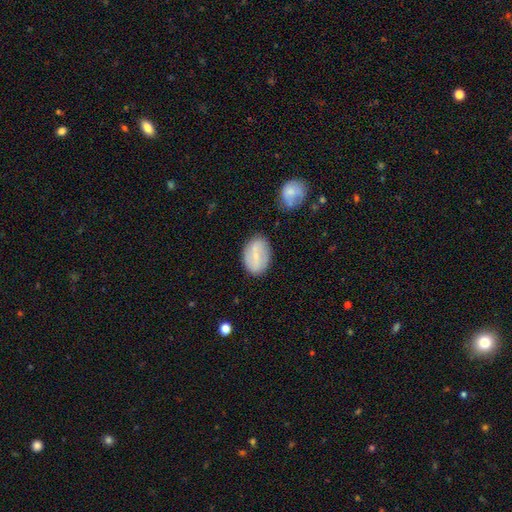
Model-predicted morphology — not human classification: This is possibly a smooth galaxy (50%). Merging: clearly none (80%).